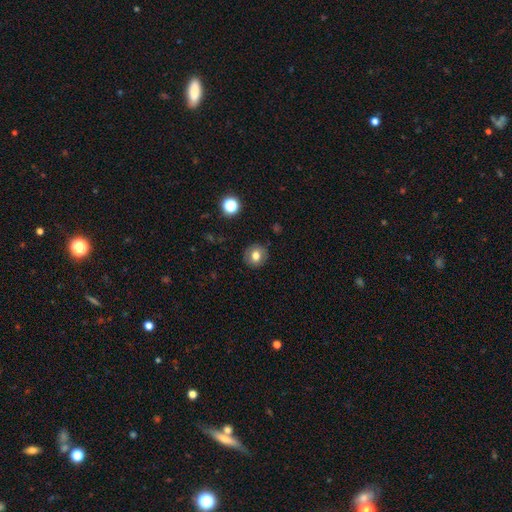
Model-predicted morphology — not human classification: Overall: smooth (74%). How rounded: round (81%). Merging: none (88%).